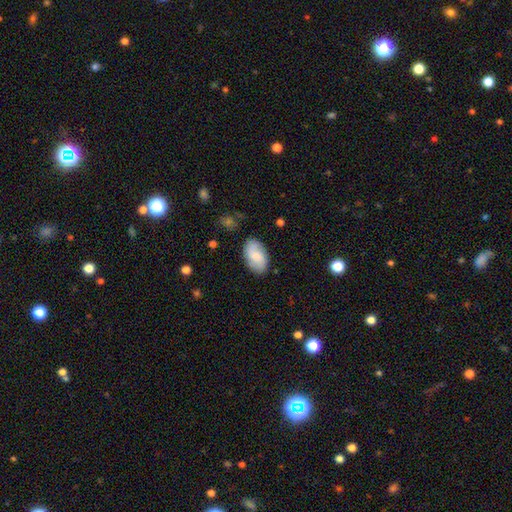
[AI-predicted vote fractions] A smooth galaxy with no disk features (62%) that is in between round and cigar-shaped (94%). Merging: none (82%).